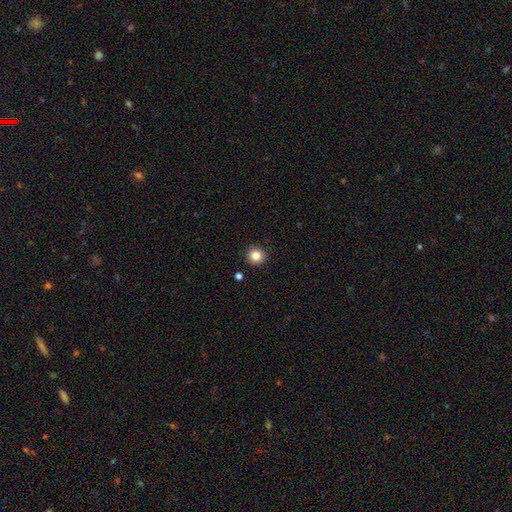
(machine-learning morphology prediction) A smooth galaxy with no disk features (84%) that is round (94%). Merging: none (92%).